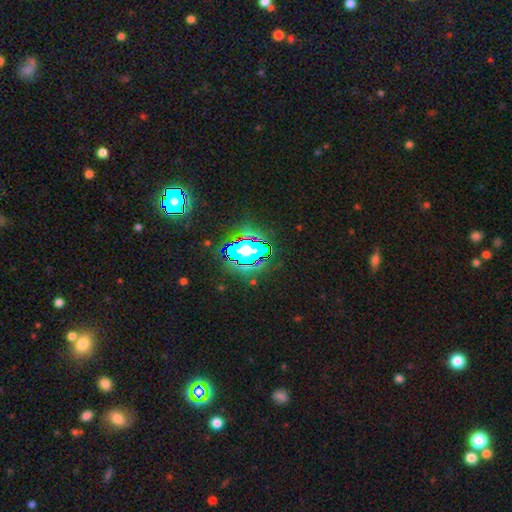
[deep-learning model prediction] Smooth or featured: star or artifact — 81% (smooth — 11%)